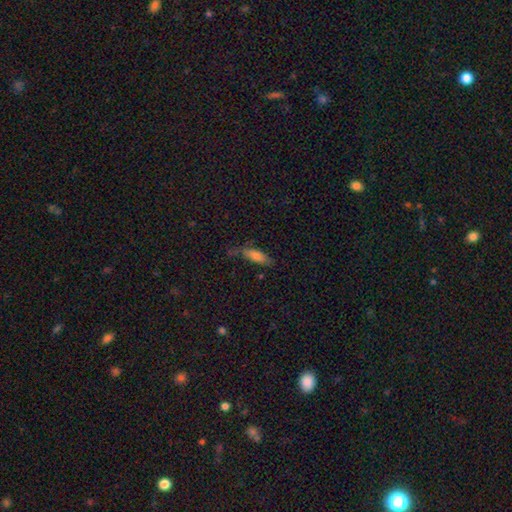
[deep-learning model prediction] The model was most divided on "how rounded": in between: 52%, cigar-shaped: 45%, round: 3%. More confident: smooth or featured — smooth (72%); merging — none (52%).